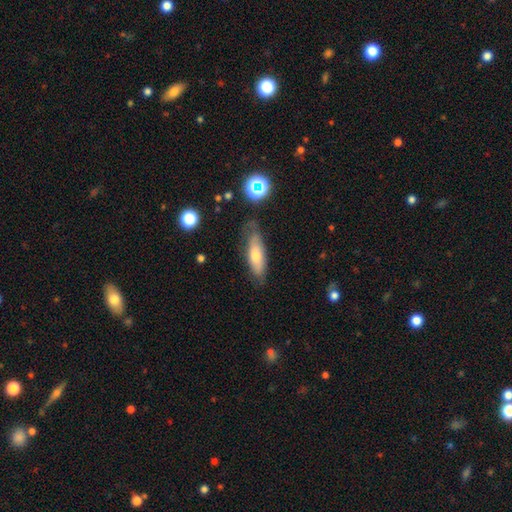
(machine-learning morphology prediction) Smooth or featured? smooth (55%)
How rounded? cigar-shaped (49%)
Merging? none (68%)